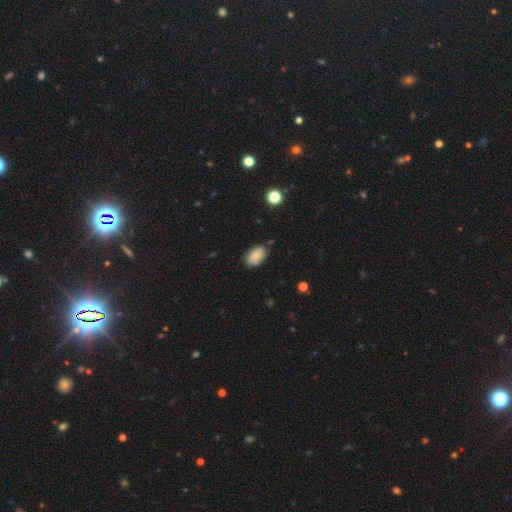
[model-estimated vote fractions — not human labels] Smooth or featured: smooth — 79% (featured or disk — 13%)
How rounded: in between — 93% (round — 6%)
Merging: none — 76% (minor disturbance — 18%)